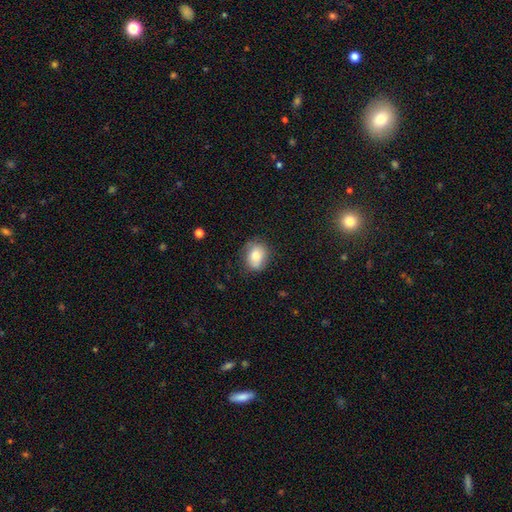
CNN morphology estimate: The model was most divided on "how rounded": round: 51%, in between: 47%, cigar-shaped: 1%. More confident: smooth or featured — smooth (77%); merging — none (71%).